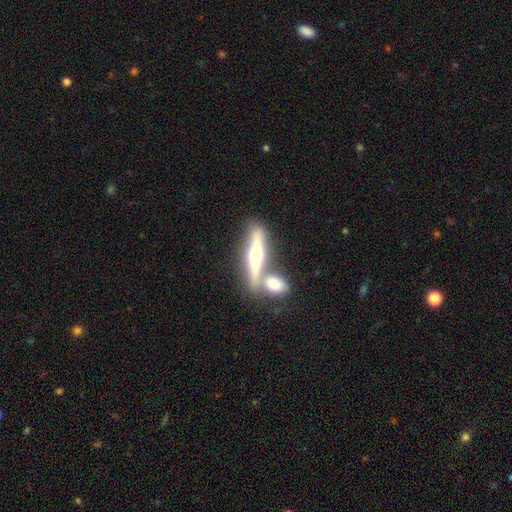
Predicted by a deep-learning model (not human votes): Smooth or featured? featured or disk (59%)
Edge-on disk? yes (91%)
Edge-on bulge? rounded (90%)
Merging? none (52%)